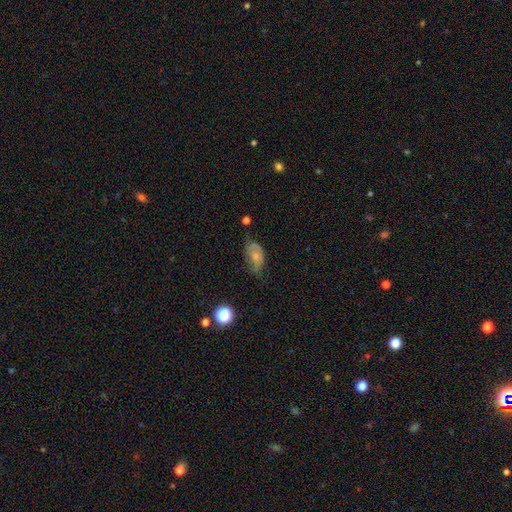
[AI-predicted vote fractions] Smooth or featured: smooth — 64% (featured or disk — 26%)
How rounded: in between — 88% (round — 10%)
Merging: none — 42% (minor disturbance — 37%)